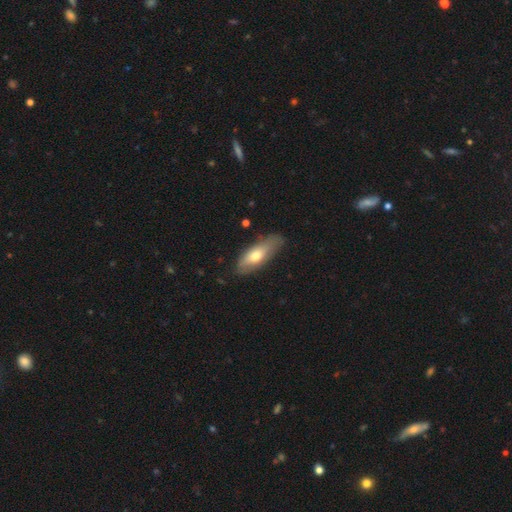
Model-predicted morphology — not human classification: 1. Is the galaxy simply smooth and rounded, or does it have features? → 63% smooth, 32% featured or disk, 6% star or artifact.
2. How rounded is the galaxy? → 66% in between, 32% cigar-shaped, 2% round.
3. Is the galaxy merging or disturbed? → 75% none, 19% minor disturbance, 4% major disturbance, 2% merger.